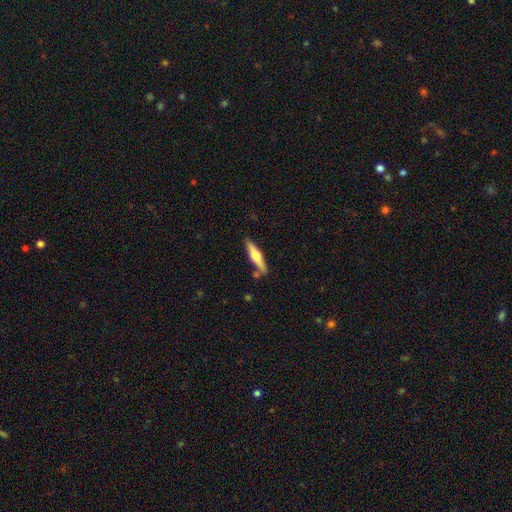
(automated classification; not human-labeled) Smooth or featured? featured or disk (53%)
Edge-on disk? yes (95%)
Edge-on bulge? rounded (91%)
Merging? none (81%)